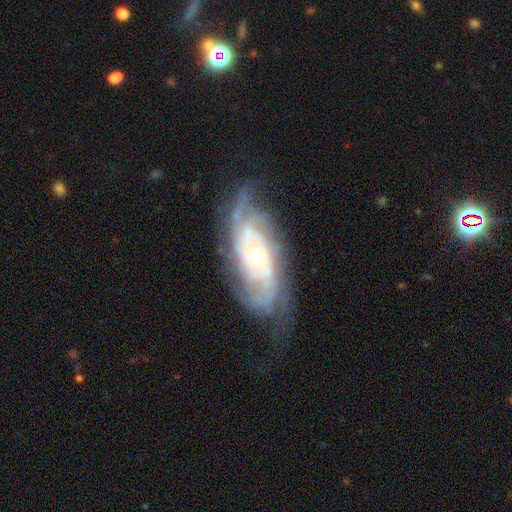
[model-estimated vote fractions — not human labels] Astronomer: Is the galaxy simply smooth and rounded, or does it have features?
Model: featured or disk — 88%.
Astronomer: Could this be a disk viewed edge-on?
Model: no — 93%.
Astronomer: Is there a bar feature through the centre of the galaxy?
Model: no — 53% (runner-up: weak, 36%).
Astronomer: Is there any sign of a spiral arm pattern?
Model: yes — 97%.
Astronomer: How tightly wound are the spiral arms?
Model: tight — 59%.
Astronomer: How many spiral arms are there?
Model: can't tell — 29% (runner-up: 2, 21%).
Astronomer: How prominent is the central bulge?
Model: small — 49% (runner-up: moderate, 46%).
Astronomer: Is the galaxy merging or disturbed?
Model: none — 71%.